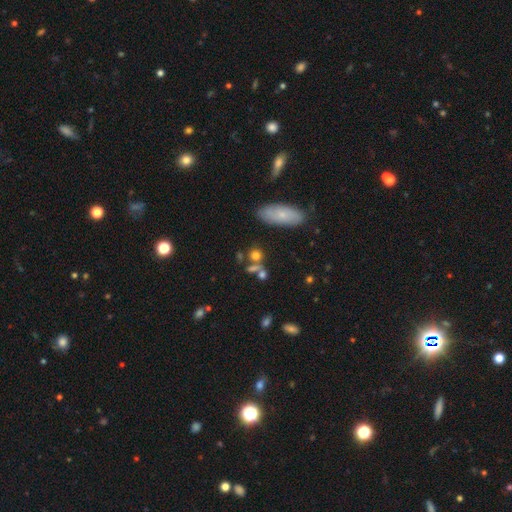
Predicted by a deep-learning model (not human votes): This appears to be a smooth galaxy with no disk features (71%) that is round (70%). Merging: none (55%).